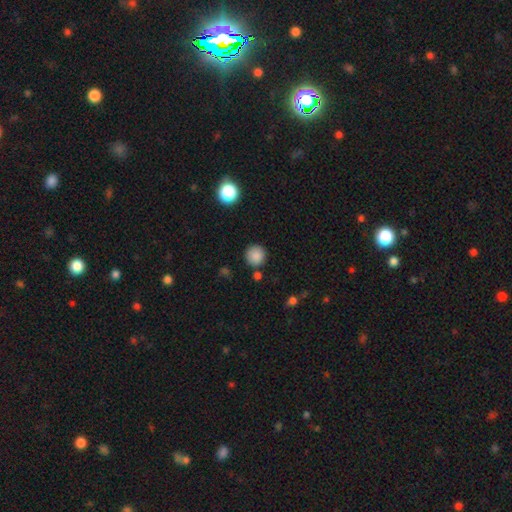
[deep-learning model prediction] A smooth galaxy with no disk features (86%) that is round (94%). Merging: none (84%).